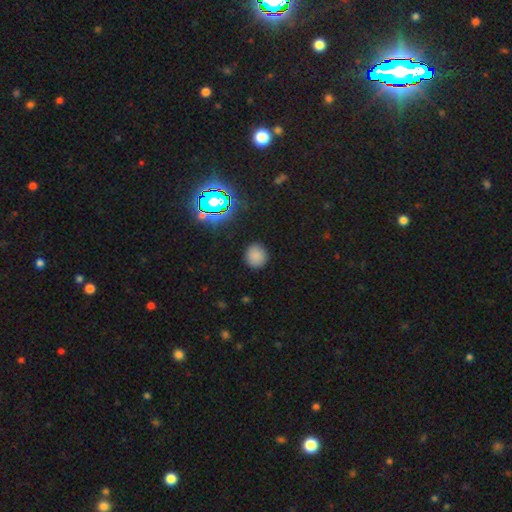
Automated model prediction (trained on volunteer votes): The model was most divided on "smooth or featured": smooth: 77%, star or artifact: 18%, featured or disk: 5%. More confident: merging — none (89%); how rounded — round (84%).